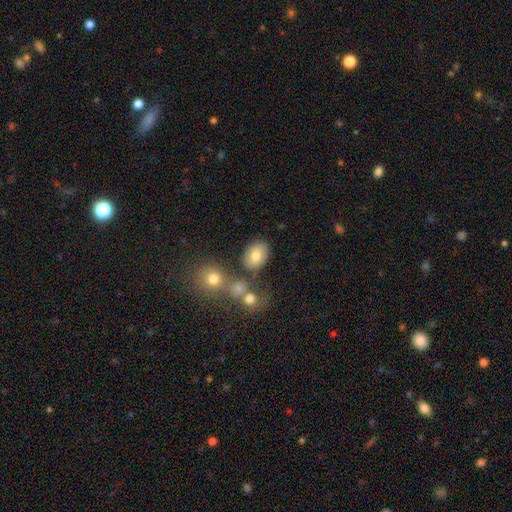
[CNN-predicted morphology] Overall: smooth (76%). How rounded: in between (72%). Merging: none (73%).